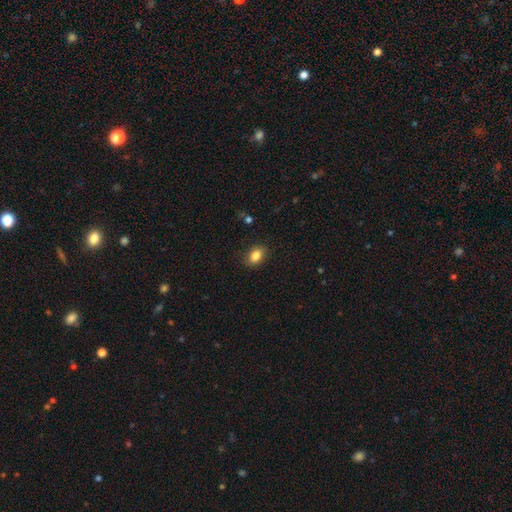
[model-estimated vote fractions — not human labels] Q: Smooth or featured?
A: smooth (85%); runner-up: star or artifact (9%)
Q: How rounded?
A: in between (81%); runner-up: round (17%)
Q: Merging?
A: none (85%); runner-up: minor disturbance (12%)